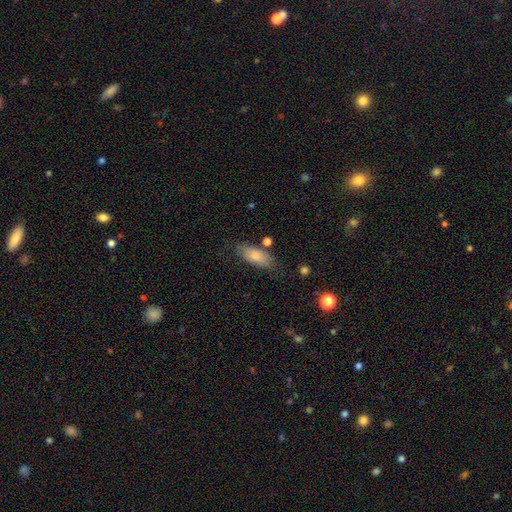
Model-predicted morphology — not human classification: Smooth or featured? Predicted: smooth (p=0.78). How rounded? Predicted: in between (p=0.82). Merging? Predicted: none (p=0.68).